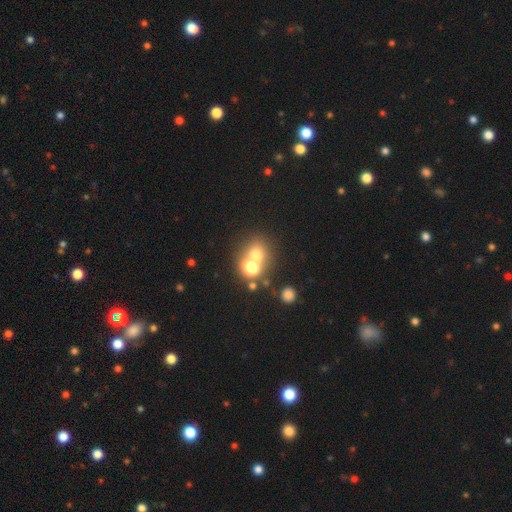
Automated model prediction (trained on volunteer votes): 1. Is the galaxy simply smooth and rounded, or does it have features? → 65% smooth, 20% star or artifact, 15% featured or disk.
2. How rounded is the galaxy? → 79% round, 20% in between, 1% cigar-shaped.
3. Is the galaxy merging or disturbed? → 46% merger, 43% none, 7% minor disturbance, 4% major disturbance.